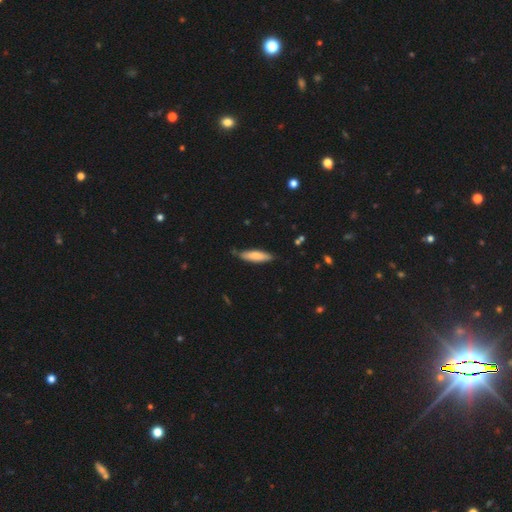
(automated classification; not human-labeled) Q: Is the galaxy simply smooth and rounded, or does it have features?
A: smooth — 77%.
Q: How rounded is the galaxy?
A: cigar-shaped — 68%.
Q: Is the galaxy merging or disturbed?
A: none — 76%.